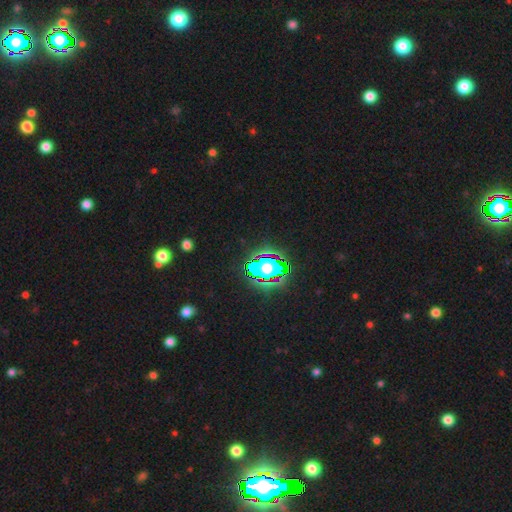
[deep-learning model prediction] Morphology: type=star or artifact (76%).